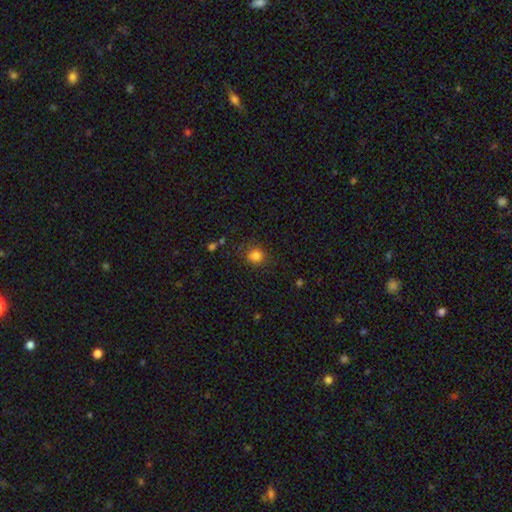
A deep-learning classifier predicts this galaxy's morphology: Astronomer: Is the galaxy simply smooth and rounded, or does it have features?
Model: smooth — 82%.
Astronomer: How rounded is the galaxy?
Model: round — 83%.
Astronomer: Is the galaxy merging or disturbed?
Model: none — 82%.